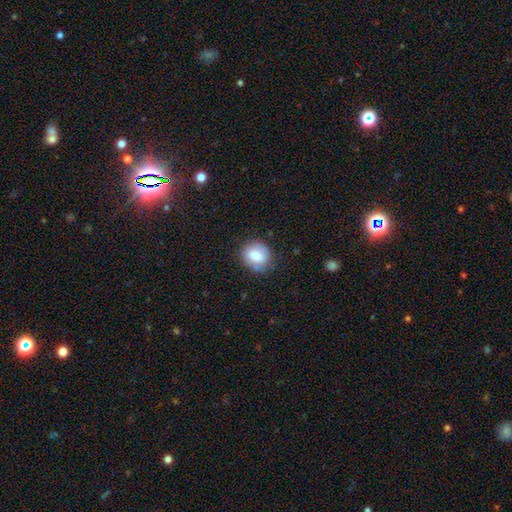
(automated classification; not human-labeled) smooth_or_featured: smooth (p=0.76) [alt: featured or disk p=0.16]
how_rounded: round (p=0.78) [alt: in between p=0.21]
merging: none (p=0.77) [alt: minor disturbance p=0.17]